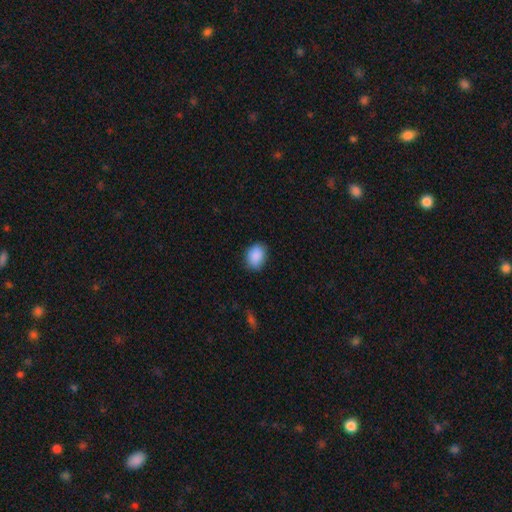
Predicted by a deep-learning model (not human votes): Overall: smooth (90%). How rounded: in between (69%; round 30%). Merging: none (84%).